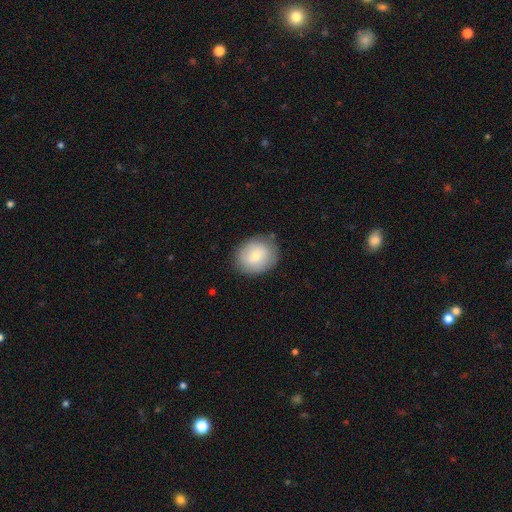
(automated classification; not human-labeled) The model was most divided on "how rounded": round: 62%, in between: 37%, cigar-shaped: 1%. More confident: merging — none (80%); smooth or featured — smooth (73%).